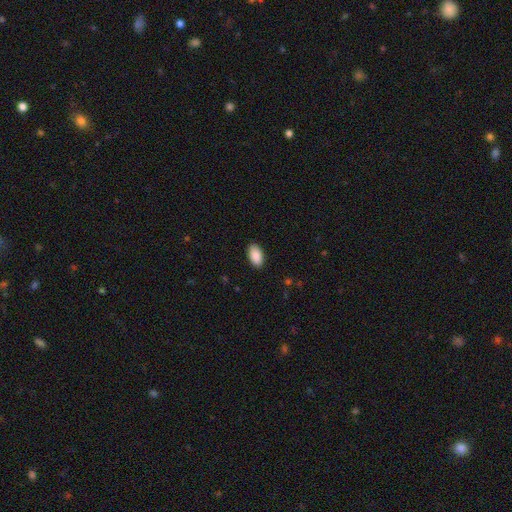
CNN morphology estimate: smooth 91%, star or artifact 6%, featured or disk 3%. Down the decision tree: how rounded — in between (95%); merging — none (88%).